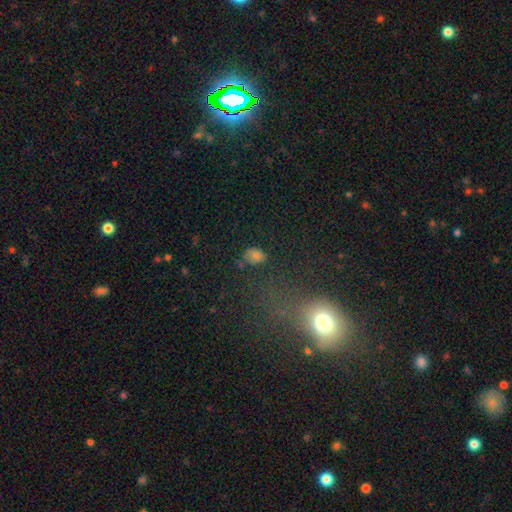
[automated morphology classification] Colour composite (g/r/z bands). It shows a smooth galaxy with no disk features (65%) that is in between round and cigar-shaped (67%). Merging: none (65%).